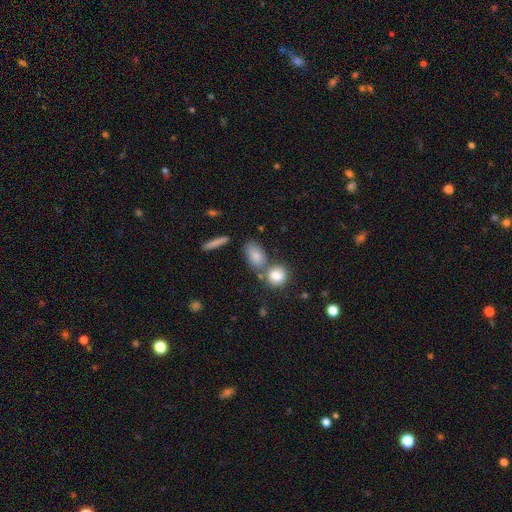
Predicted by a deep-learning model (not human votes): Overall: smooth (80%). How rounded: in between (78%). Merging: none (56%; merger 26%).